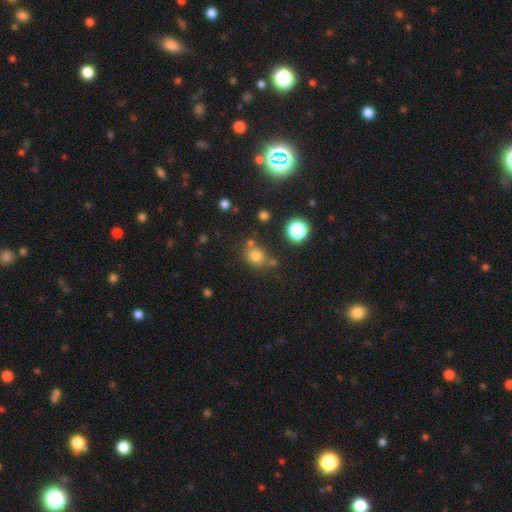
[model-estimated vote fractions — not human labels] Overall: smooth (74%). How rounded: round (70%). Merging: none (67%).